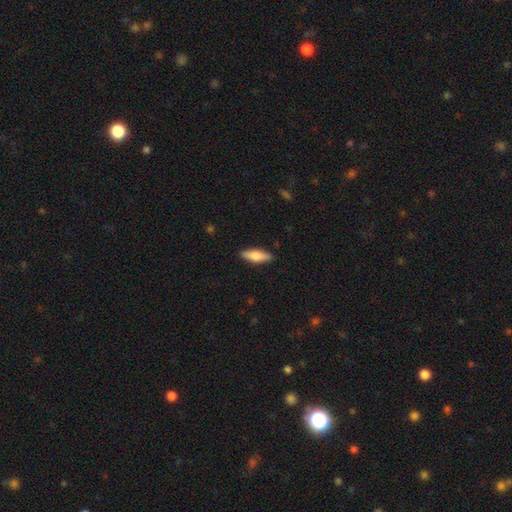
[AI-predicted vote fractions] The model was most divided on "how rounded": in between: 50%, cigar-shaped: 48%, round: 2%. More confident: merging — none (89%); smooth or featured — smooth (65%).